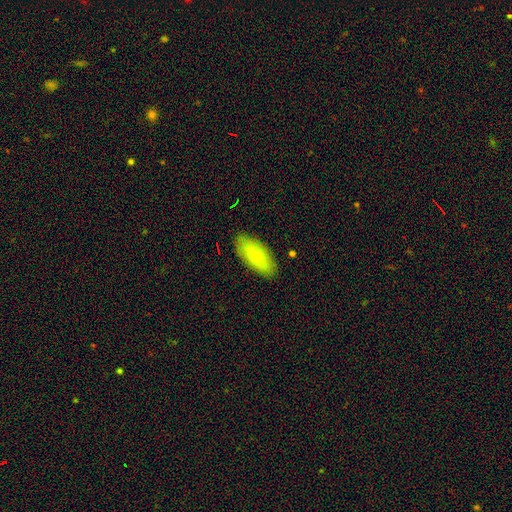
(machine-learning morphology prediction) smooth-or-featured: smooth: 81% | featured or disk: 14% | star or artifact: 6%
  how-rounded: in between: 84% | cigar-shaped: 14% | round: 2%
  merging: none: 87% | minor disturbance: 10% | major disturbance: 2% | merger: 1%